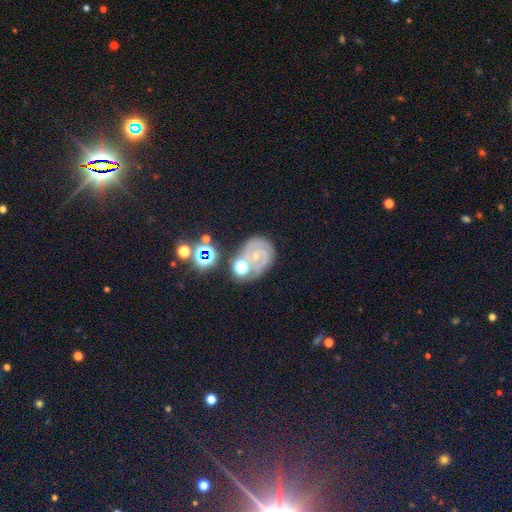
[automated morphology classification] This is likely a featured or disk galaxy (73%). It is clearly not viewed edge-on (98%). Bar: likely no (63%). Spiral arm pattern: clearly yes (95%). Spiral arm count: possibly 2 (49%). Spiral winding: likely tight (68%). Central bulge: likely small (68%). Merging: possibly none (59%).